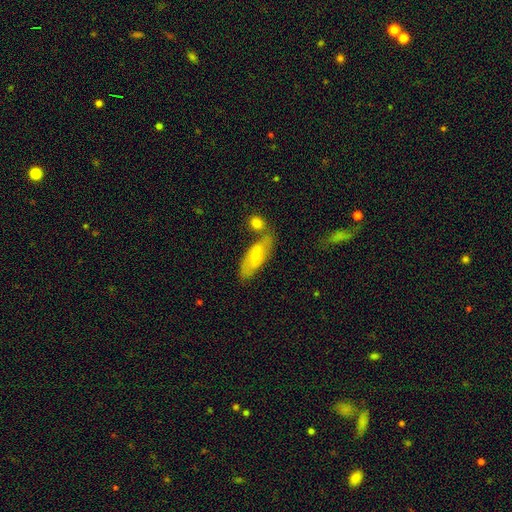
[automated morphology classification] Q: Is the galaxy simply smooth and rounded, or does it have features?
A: smooth — 55%.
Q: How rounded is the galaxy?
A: in between — 68%.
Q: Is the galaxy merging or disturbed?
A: none — 58%.